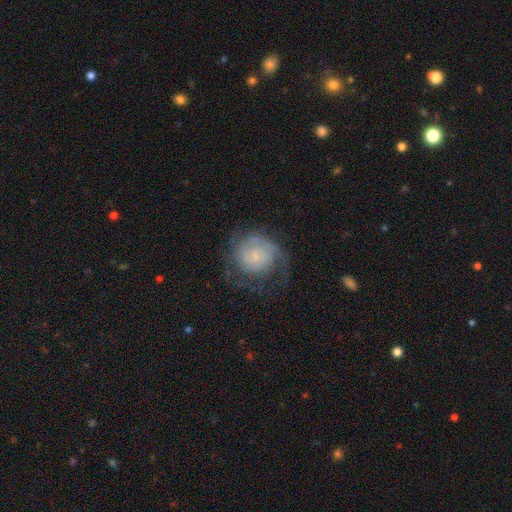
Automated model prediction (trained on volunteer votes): Smooth or featured? Predicted: featured or disk (p=0.72). Edge-on disk? Predicted: no (p=0.98). Bar? Predicted: no (p=0.70). Spiral arms? Predicted: yes (p=0.92). Spiral winding? Predicted: tight (p=0.54). Spiral arm count? Predicted: 2 (p=0.40). Bulge size? Predicted: small (p=0.69). Merging? Predicted: none (p=0.59).